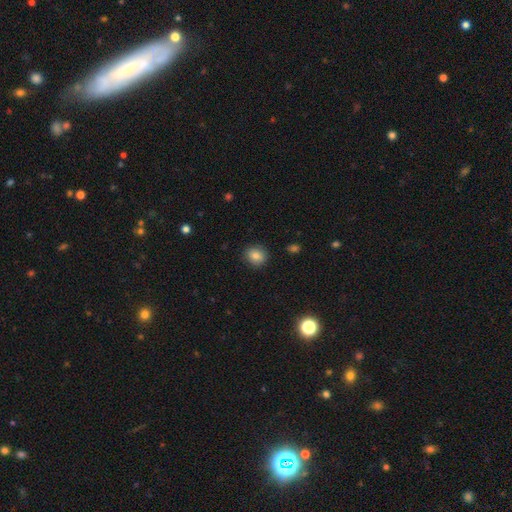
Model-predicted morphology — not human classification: This is clearly a smooth galaxy (83%). How rounded: likely round (77%). Merging: clearly none (88%).